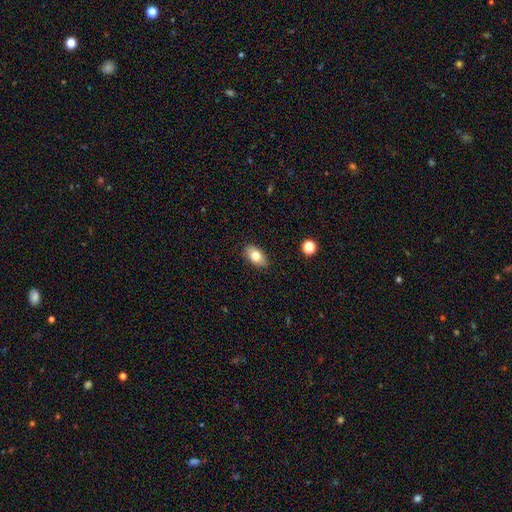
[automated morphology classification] Smooth or featured: smooth — 76% (featured or disk — 16%)
How rounded: in between — 90% (round — 7%)
Merging: none — 86% (minor disturbance — 10%)